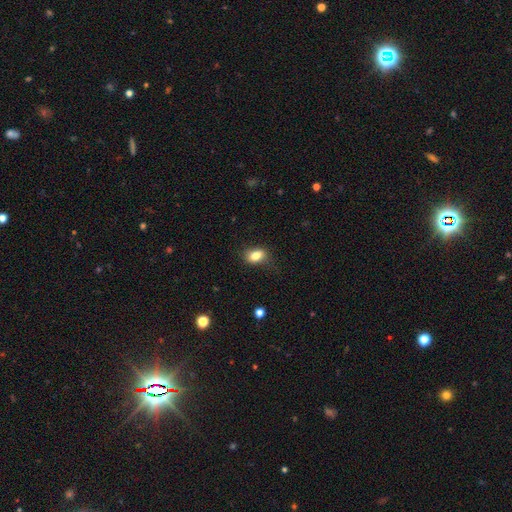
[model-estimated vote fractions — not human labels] This appears to be a smooth galaxy with no disk features (81%) that is in between round and cigar-shaped (80%). Merging: none (73%).